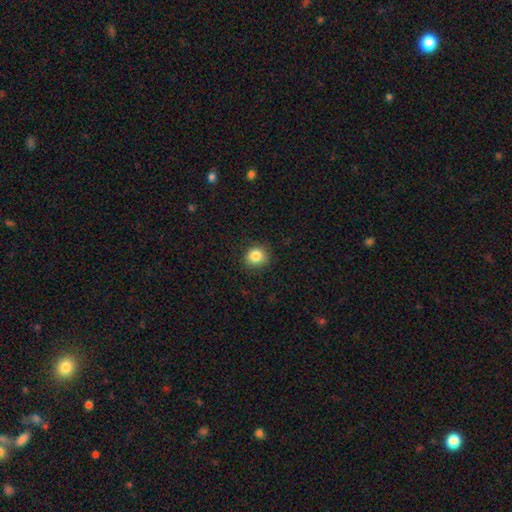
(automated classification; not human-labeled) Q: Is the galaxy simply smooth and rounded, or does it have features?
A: smooth — 85%.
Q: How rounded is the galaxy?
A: round — 84%.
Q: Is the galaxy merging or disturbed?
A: none — 86%.